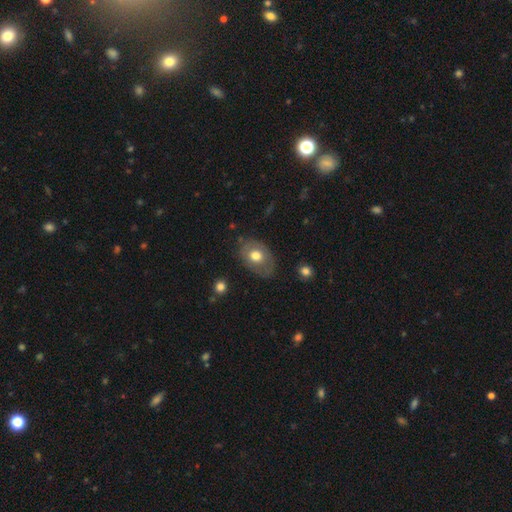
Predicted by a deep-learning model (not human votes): This is possibly a smooth galaxy (59%). How rounded: likely in between (77%). Merging: likely none (69%).